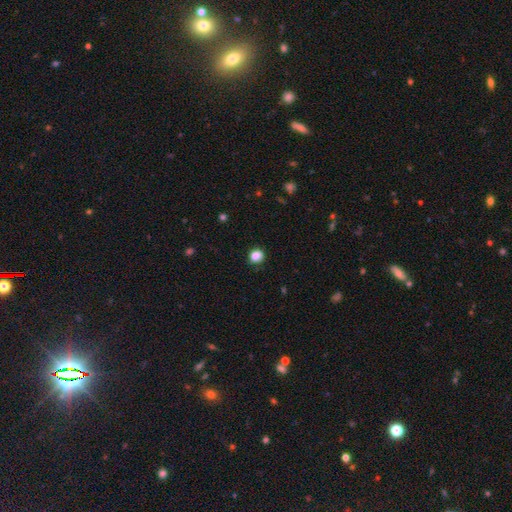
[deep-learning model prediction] Smooth or featured: smooth — 83% (star or artifact — 12%)
How rounded: round — 73% (in between — 26%)
Merging: none — 78% (minor disturbance — 16%)